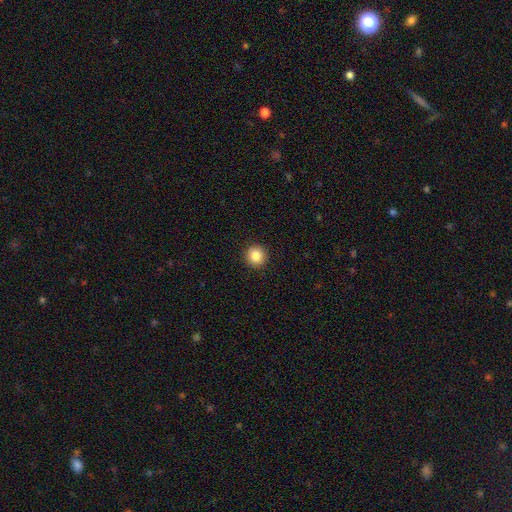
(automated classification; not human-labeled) smooth 86%, star or artifact 10%, featured or disk 5%. Down the decision tree: how rounded — round (94%); merging — none (93%).